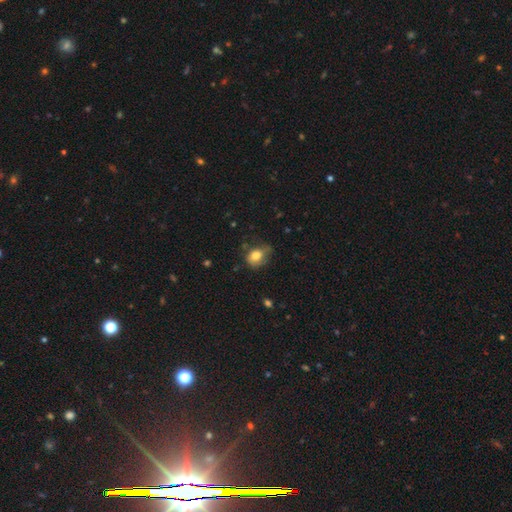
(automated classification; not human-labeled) Morphology: type=smooth (77%); roundness=in between (51%); merging=none (48%).